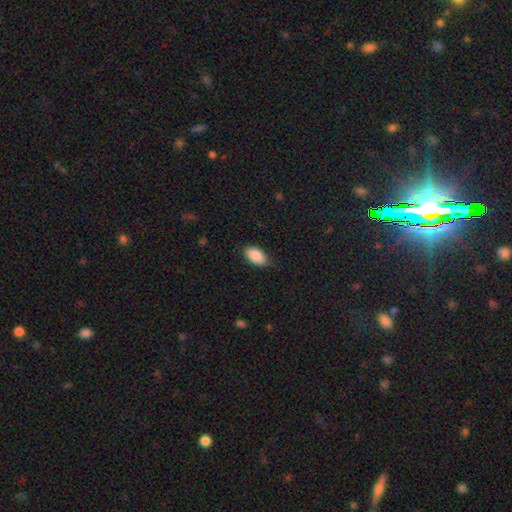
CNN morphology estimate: smooth-or-featured: smooth: 88% | star or artifact: 6% | featured or disk: 5%
  how-rounded: in between: 94% | round: 4% | cigar-shaped: 2%
  merging: none: 81% | minor disturbance: 15% | major disturbance: 3% | merger: 1%